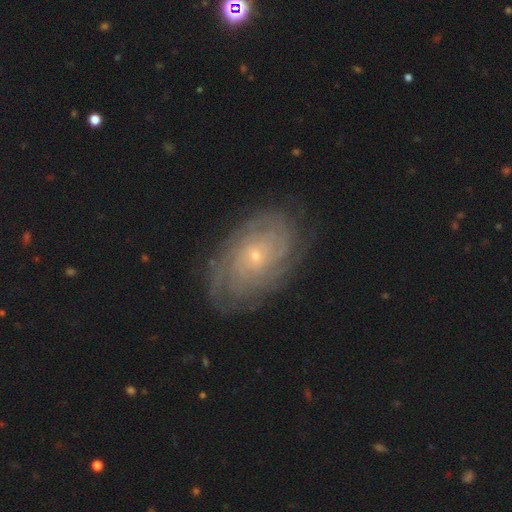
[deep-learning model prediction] Morphology: type=featured or disk (83%); edge-on=no (96%); bar=no (82%); spiral arms=yes (95%); winding=tight (81%); arm count=can't tell (38%); bulge=small (84%); merging=none (80%).